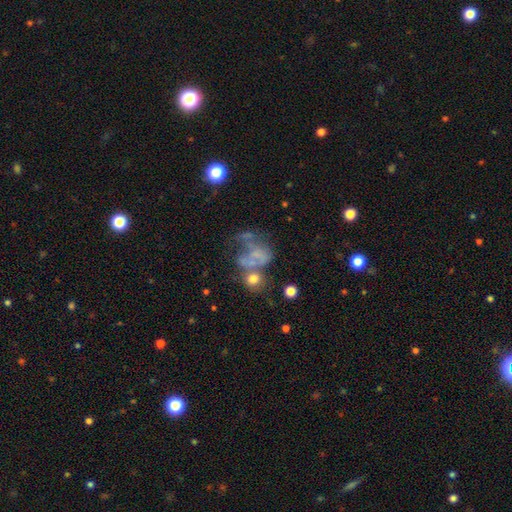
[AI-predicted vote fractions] smooth-or-featured: featured or disk: 47% | smooth: 36% | star or artifact: 18%
  merging: major disturbance: 38% | merger: 29% | none: 20% | minor disturbance: 14%